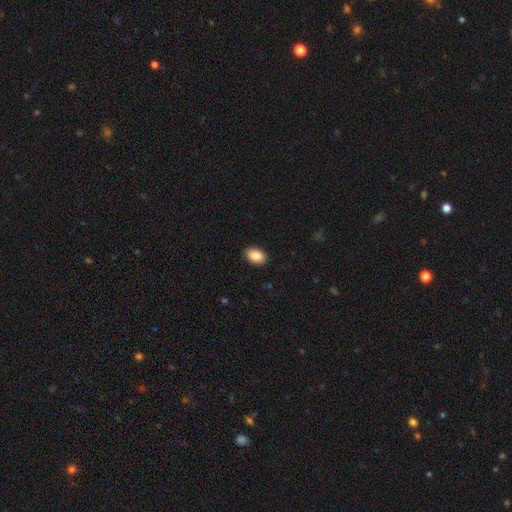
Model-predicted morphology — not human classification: This appears to be a smooth galaxy with no disk features (89%) that is in between round and cigar-shaped (90%). Merging: none (89%).